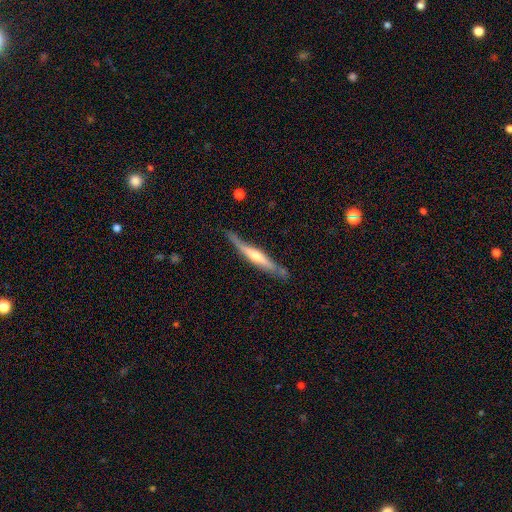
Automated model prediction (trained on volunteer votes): A featured or disk galaxy (63%) viewed edge-on (94%) with a rounded central bulge (65%).

Vote fractions:
- Smooth or featured? featured or disk: 63% / smooth: 32% / star or artifact: 5%
- Edge-on disk? yes: 94% / no: 6%
- Edge-on bulge? rounded: 65% / none: 20% / boxy: 15%
- Merging? none: 69% / minor disturbance: 22% / major disturbance: 5% / merger: 4%